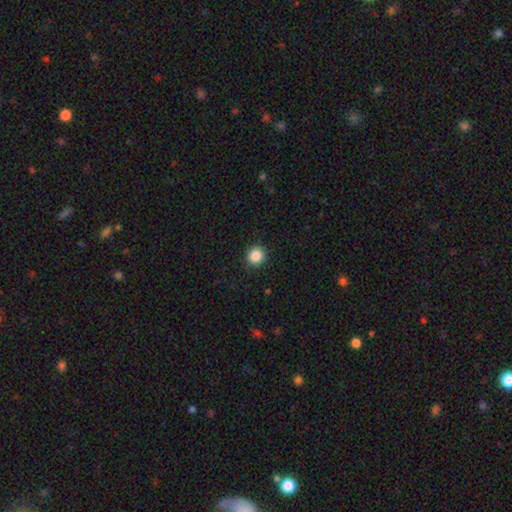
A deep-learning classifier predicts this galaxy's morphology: This is clearly a smooth galaxy (86%). How rounded: clearly round (92%). Merging: clearly none (92%).